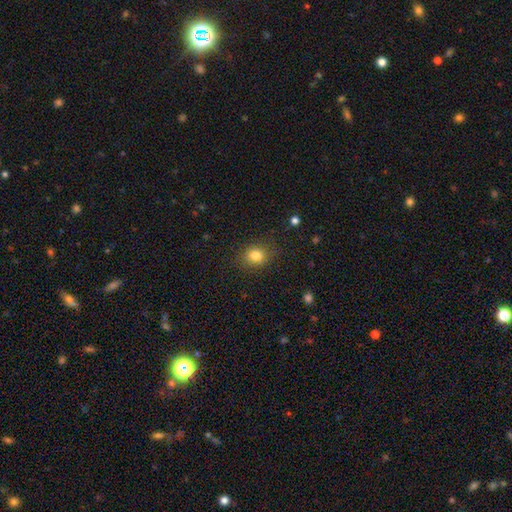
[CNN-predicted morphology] smooth_or_featured: smooth (p=0.81) [alt: star or artifact p=0.12]
how_rounded: round (p=0.70) [alt: in between p=0.29]
merging: none (p=0.83) [alt: minor disturbance p=0.11]